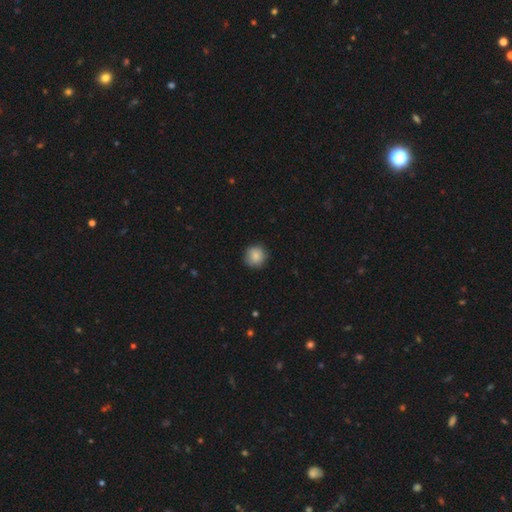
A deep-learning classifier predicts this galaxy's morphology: type=smooth (86%); roundness=round (92%); merging=none (87%).